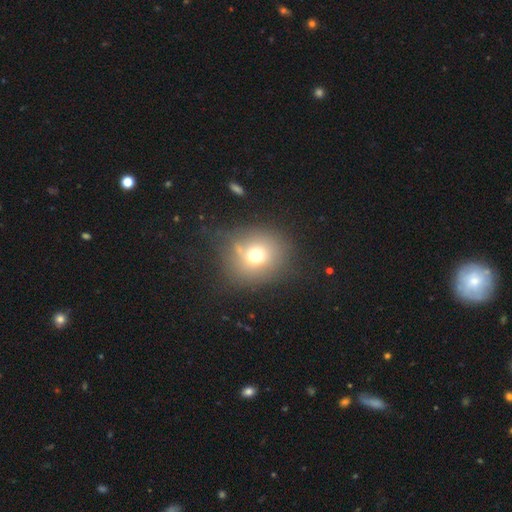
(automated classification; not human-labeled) Q: Smooth or featured?
A: smooth (67%); runner-up: star or artifact (17%)
Q: How rounded?
A: round (80%); runner-up: in between (19%)
Q: Merging?
A: none (70%); runner-up: minor disturbance (17%)